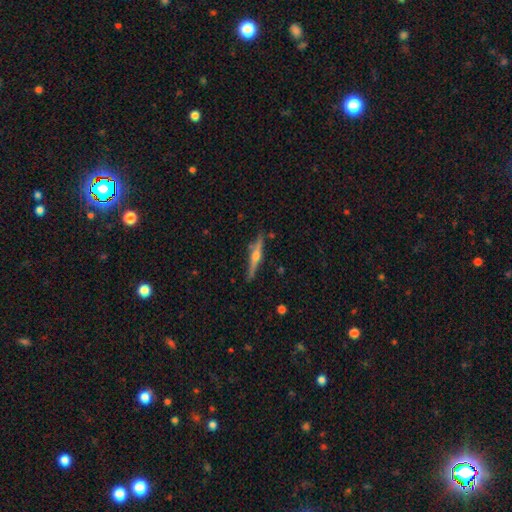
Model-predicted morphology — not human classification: A featured or disk galaxy (78%) viewed edge-on (98%) with a rounded central bulge (92%).

Vote fractions:
- Smooth or featured? featured or disk: 78% / smooth: 17% / star or artifact: 6%
- Edge-on disk? yes: 98% / no: 2%
- Edge-on bulge? rounded: 92% / boxy: 4% / none: 4%
- Merging? none: 86% / minor disturbance: 10% / major disturbance: 2% / merger: 2%